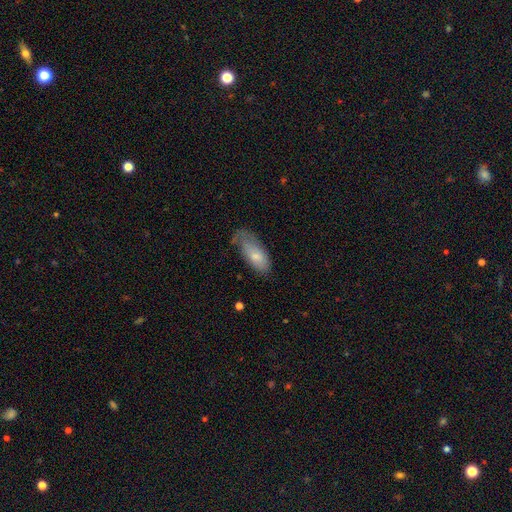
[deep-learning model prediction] A smooth galaxy with no disk features (72%) that is in between round and cigar-shaped (83%). Merging: none (41%).